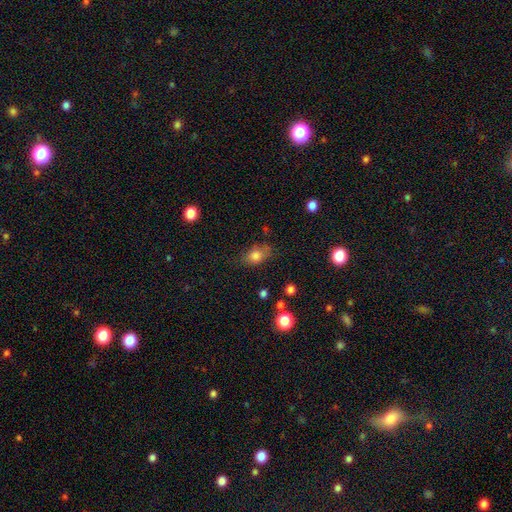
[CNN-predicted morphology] Smooth or featured: smooth — 79% (star or artifact — 11%)
How rounded: in between — 70% (round — 27%)
Merging: none — 67% (minor disturbance — 23%)